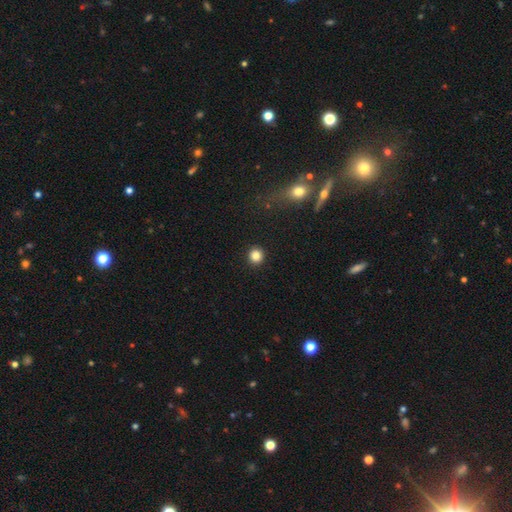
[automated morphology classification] Overall: smooth (84%). How rounded: round (93%). Merging: none (93%).